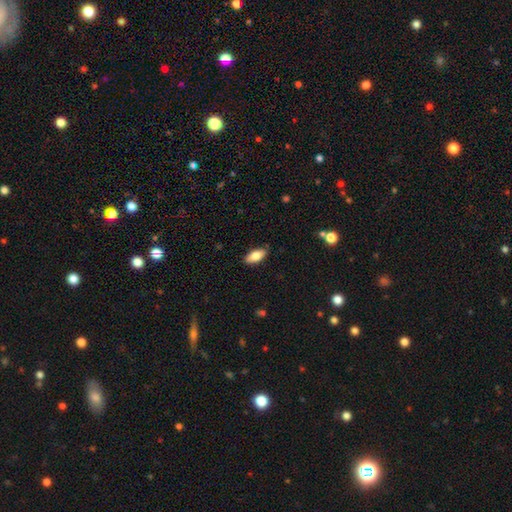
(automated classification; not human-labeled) Overall: smooth (79%). How rounded: in between (87%). Merging: none (87%).